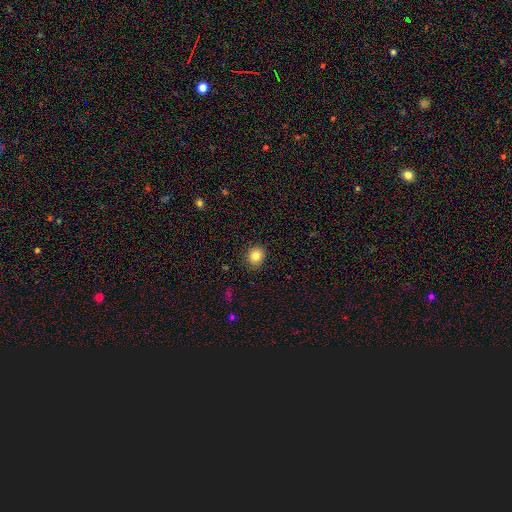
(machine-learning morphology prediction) Smooth or featured?
  - smooth: 84% *
  - star or artifact: 10%
  - featured or disk: 6%
How rounded?
  - round: 81% *
  - in between: 18%
  - cigar-shaped: 1%
Merging?
  - none: 89% *
  - minor disturbance: 8%
  - major disturbance: 2%
  - merger: 1%